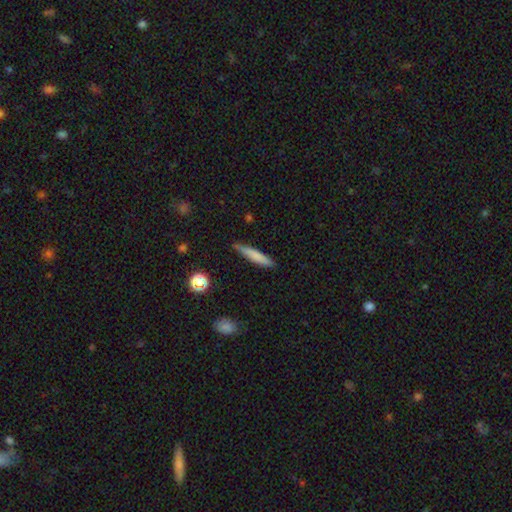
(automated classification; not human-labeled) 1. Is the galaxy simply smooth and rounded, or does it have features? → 75% smooth, 17% featured or disk, 8% star or artifact.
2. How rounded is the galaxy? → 89% cigar-shaped, 9% in between, 1% round.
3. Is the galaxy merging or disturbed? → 78% none, 17% minor disturbance, 3% major disturbance, 2% merger.